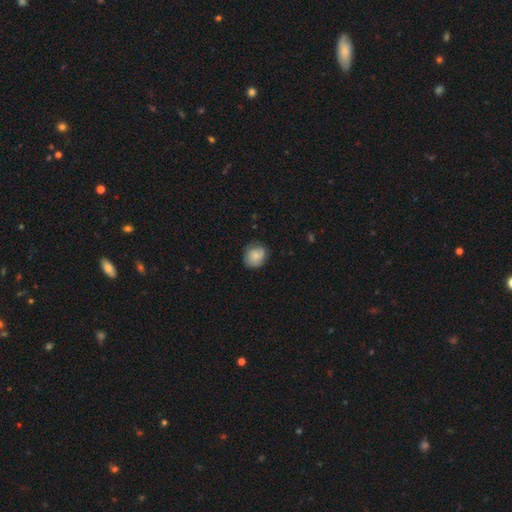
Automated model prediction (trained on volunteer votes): smooth 77%, featured or disk 16%, star or artifact 8%. Down the decision tree: how rounded — round (75%); merging — none (72%).